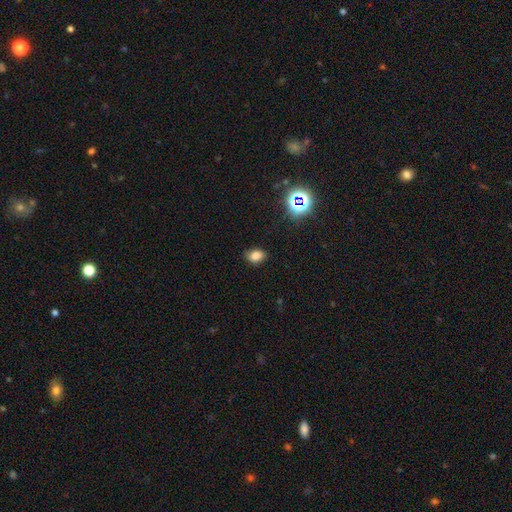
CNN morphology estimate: The model was most divided on "how rounded": in between: 77%, round: 22%, cigar-shaped: 1%. More confident: merging — none (84%); smooth or featured — smooth (81%).